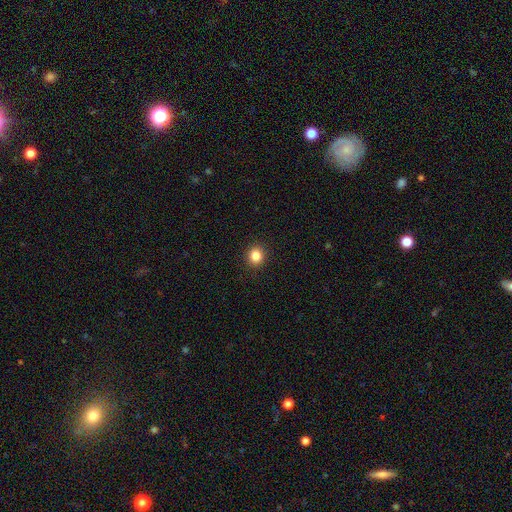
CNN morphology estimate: A smooth galaxy with no disk features (85%) that is round (80%). Merging: none (92%).